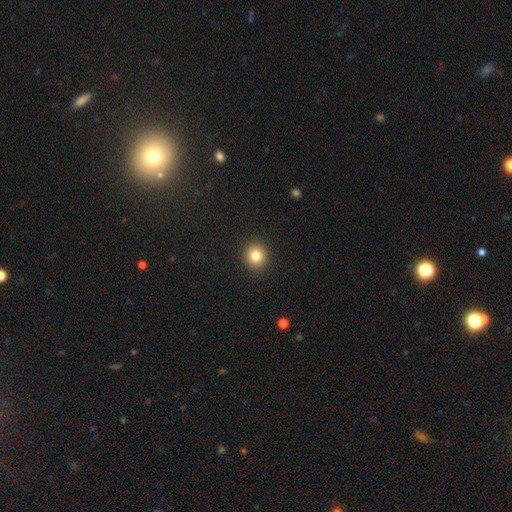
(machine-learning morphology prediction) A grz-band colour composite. It shows a smooth galaxy with no disk features (82%) that is round (87%). Merging: none (91%).